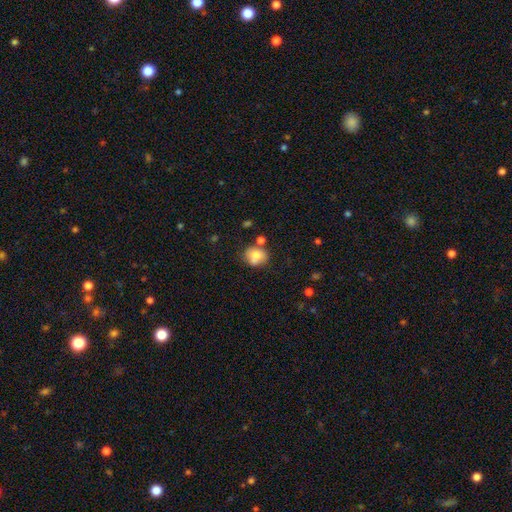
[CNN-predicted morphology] type=smooth (74%); roundness=round (69%); merging=none (61%).